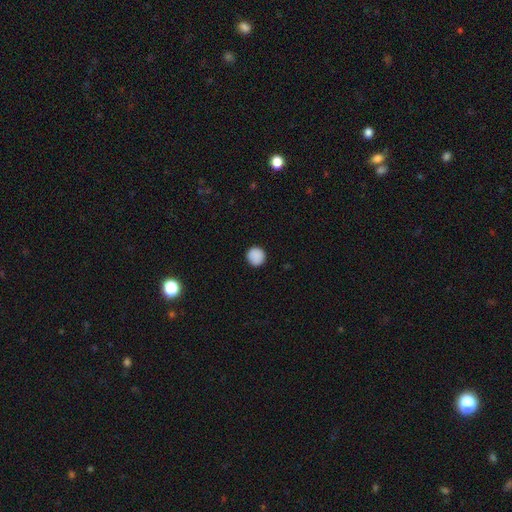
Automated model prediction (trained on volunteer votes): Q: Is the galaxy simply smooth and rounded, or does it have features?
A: smooth — 89%.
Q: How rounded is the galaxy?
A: round — 94%.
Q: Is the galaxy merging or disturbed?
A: none — 91%.